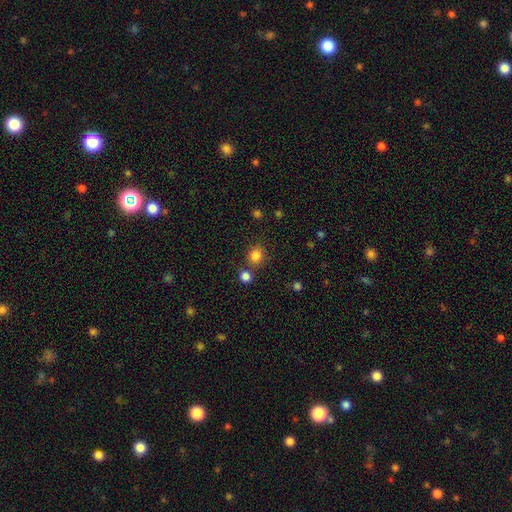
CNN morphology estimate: A smooth galaxy with no disk features (83%) that is round (79%). Merging: none (73%).